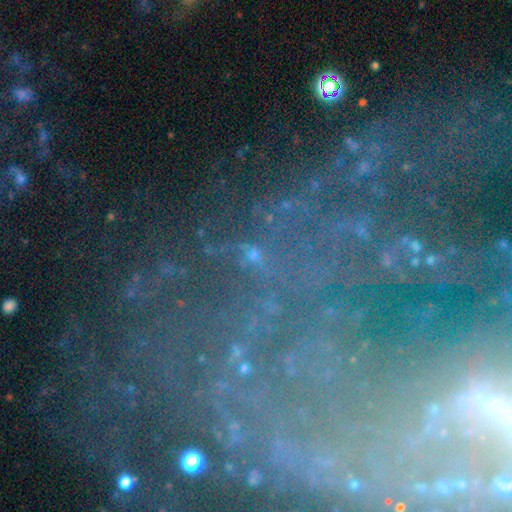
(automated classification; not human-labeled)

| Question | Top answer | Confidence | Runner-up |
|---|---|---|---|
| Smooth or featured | star or artifact | 73% | featured or disk (14%) |